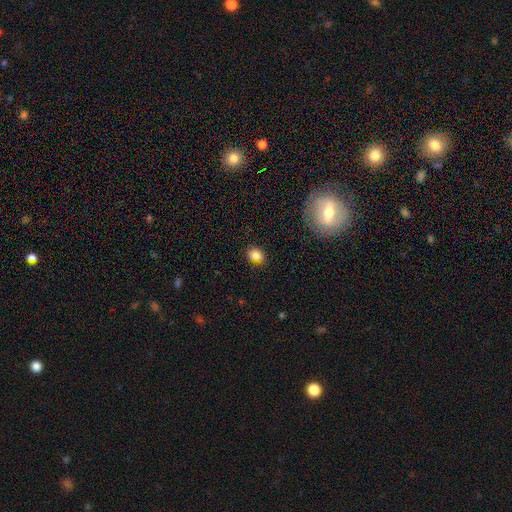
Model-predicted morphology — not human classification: Smooth or featured?
  - smooth: 85% *
  - star or artifact: 11%
  - featured or disk: 5%
How rounded?
  - round: 56% *
  - in between: 42%
  - cigar-shaped: 1%
Merging?
  - none: 84% *
  - minor disturbance: 12%
  - major disturbance: 3%
  - merger: 2%